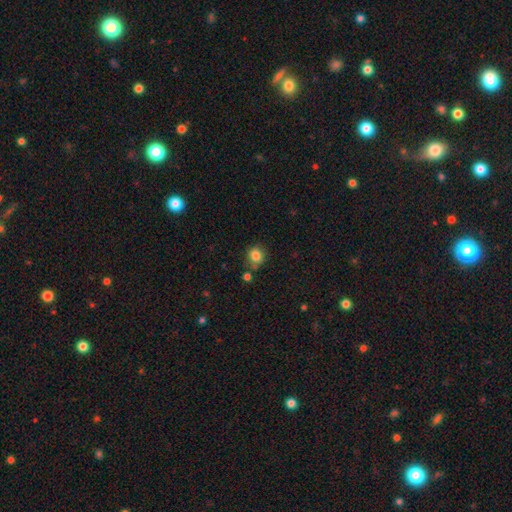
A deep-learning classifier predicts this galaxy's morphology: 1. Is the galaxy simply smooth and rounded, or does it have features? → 83% smooth, 11% star or artifact, 6% featured or disk.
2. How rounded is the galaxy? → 84% round, 15% in between, 1% cigar-shaped.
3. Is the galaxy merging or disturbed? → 72% none, 14% minor disturbance, 11% merger, 4% major disturbance.